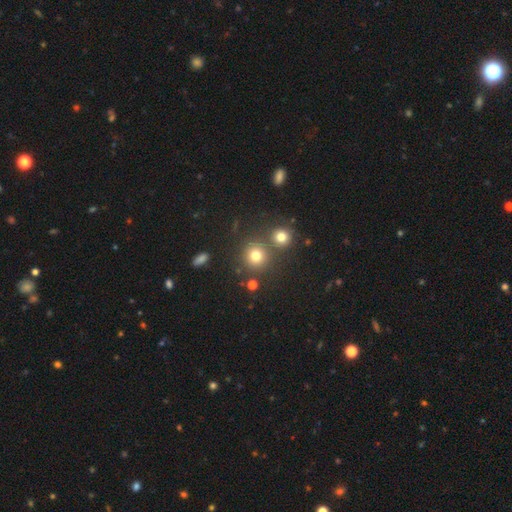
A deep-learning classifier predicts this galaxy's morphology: type=smooth (75%); roundness=round (90%); merging=none (74%).